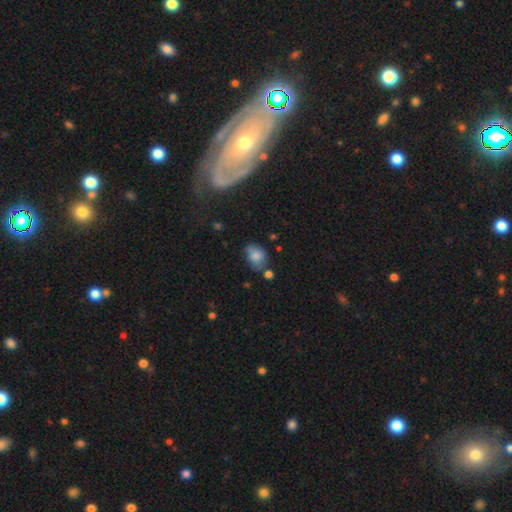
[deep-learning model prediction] smooth-or-featured: smooth: 77% | featured or disk: 13% | star or artifact: 10%
  how-rounded: in between: 72% | round: 26% | cigar-shaped: 1%
  merging: none: 56% | minor disturbance: 29% | merger: 8% | major disturbance: 7%